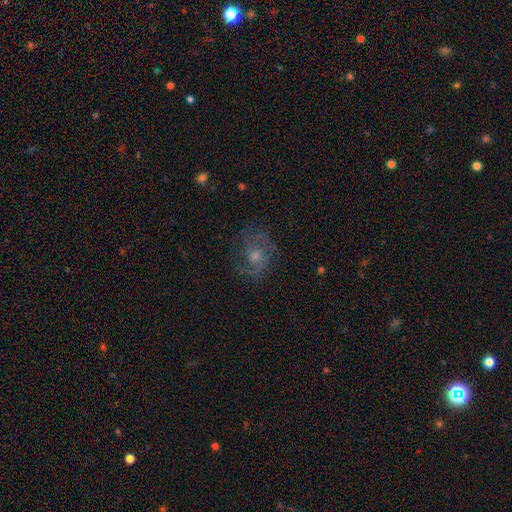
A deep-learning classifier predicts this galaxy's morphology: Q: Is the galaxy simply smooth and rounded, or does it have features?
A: featured or disk — 70%.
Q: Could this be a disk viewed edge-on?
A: no — 97%.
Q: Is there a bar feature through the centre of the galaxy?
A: no — 72%.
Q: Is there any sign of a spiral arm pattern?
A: yes — 91%.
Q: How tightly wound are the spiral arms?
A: medium — 49%.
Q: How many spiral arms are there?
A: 2 — 58%.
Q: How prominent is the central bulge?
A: moderate — 56%.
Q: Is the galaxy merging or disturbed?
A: none — 72%.